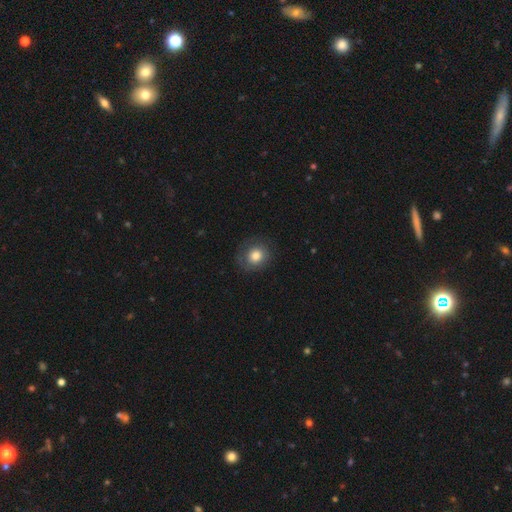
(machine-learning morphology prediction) The model was most divided on "smooth or featured": smooth: 77%, featured or disk: 14%, star or artifact: 9%. More confident: how rounded — round (83%); merging — none (79%).